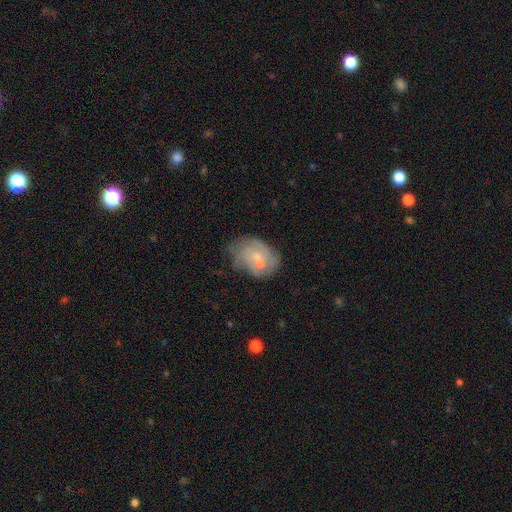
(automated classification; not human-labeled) Smooth or featured? Predicted: featured or disk (p=0.50). Edge-on disk? Predicted: no (p=0.97). Merging? Predicted: none (p=0.37).